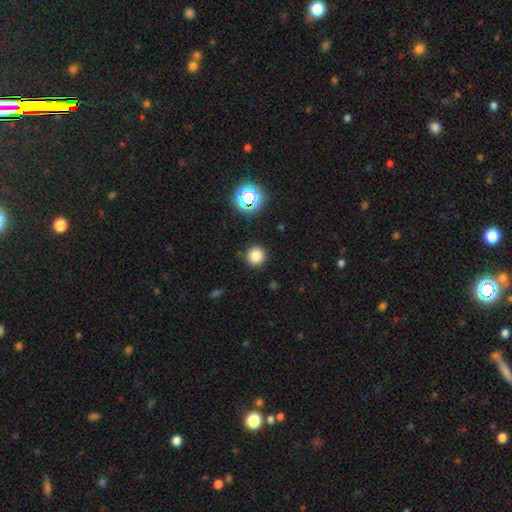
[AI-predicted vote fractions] smooth 79%, star or artifact 16%, featured or disk 5%. Down the decision tree: how rounded — round (95%); merging — none (90%).